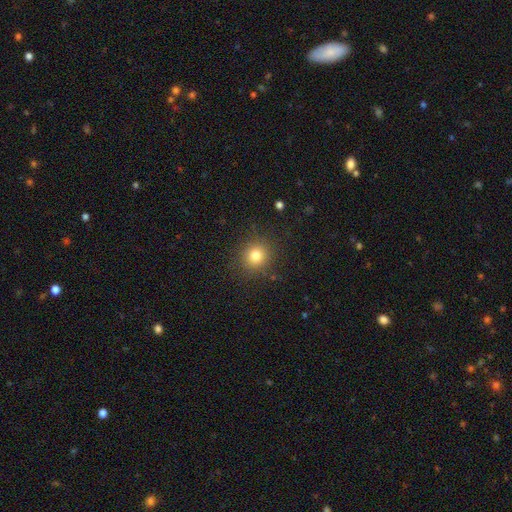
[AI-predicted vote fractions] A smooth galaxy with no disk features (80%) that is round (86%).

Vote fractions:
- Smooth or featured? smooth: 80% / star or artifact: 13% / featured or disk: 7%
- How rounded? round: 86% / in between: 13% / cigar-shaped: 1%
- Merging? none: 87% / minor disturbance: 8% / major disturbance: 3% / merger: 1%